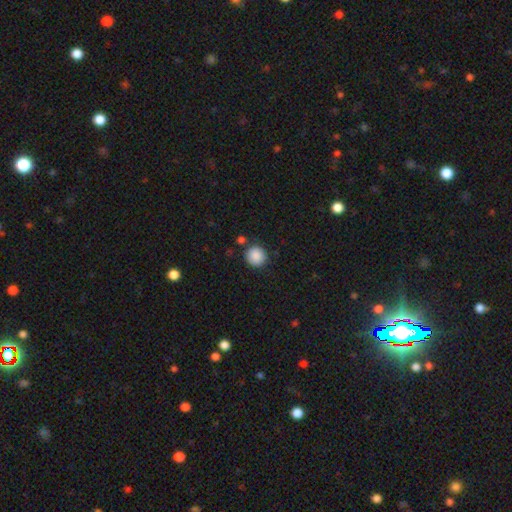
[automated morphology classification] A smooth galaxy with no disk features (89%) that is round (91%). Merging: none (83%).